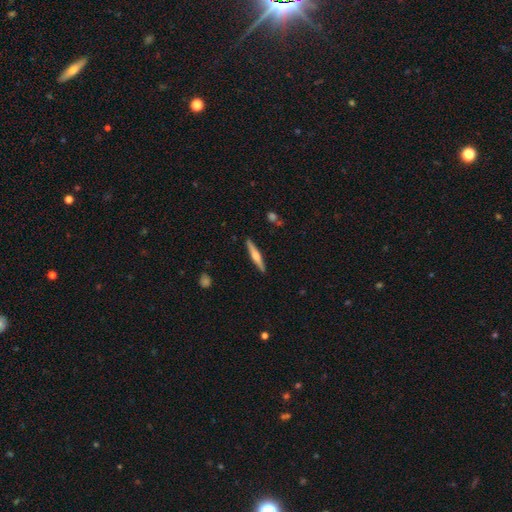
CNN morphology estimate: Smooth or featured? Predicted: featured or disk (p=0.60). Edge-on disk? Predicted: yes (p=0.97). Edge-on bulge? Predicted: rounded (p=0.82). Merging? Predicted: none (p=0.90).